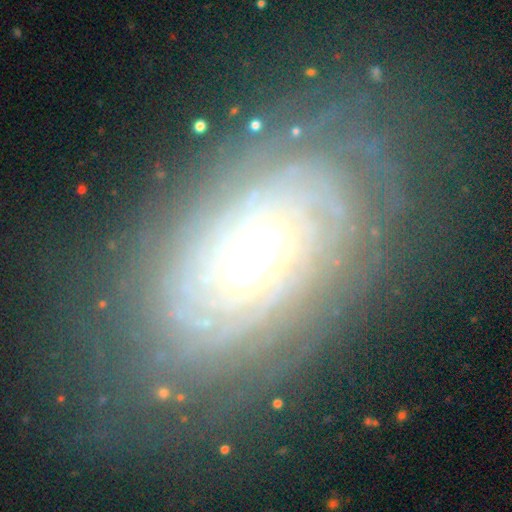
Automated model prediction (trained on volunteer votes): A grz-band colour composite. It shows a featured or disk galaxy (80%) with no bar (71%), tight (74%) spiral arms (83%) and a moderate central bulge (57%). Merging: none (74%).